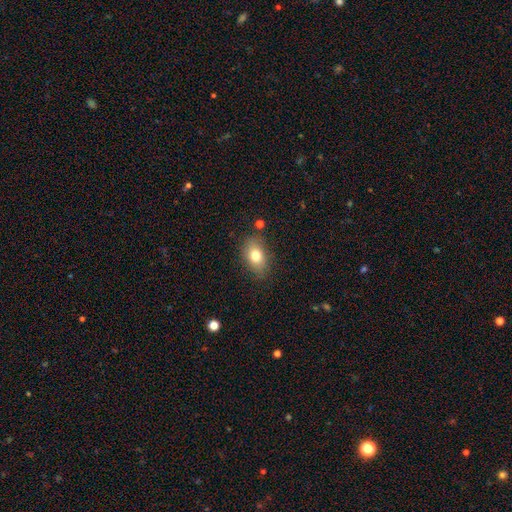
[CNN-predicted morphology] Smooth or featured? Predicted: smooth (p=0.78). How rounded? Predicted: in between (p=0.83). Merging? Predicted: none (p=0.81).